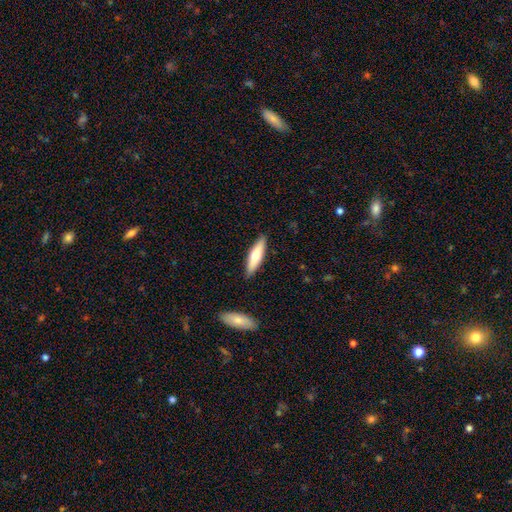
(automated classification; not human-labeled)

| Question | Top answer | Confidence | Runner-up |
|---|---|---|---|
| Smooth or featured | smooth | 64% | featured or disk (31%) |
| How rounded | cigar-shaped | 70% | in between (28%) |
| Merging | none | 87% | minor disturbance (9%) |